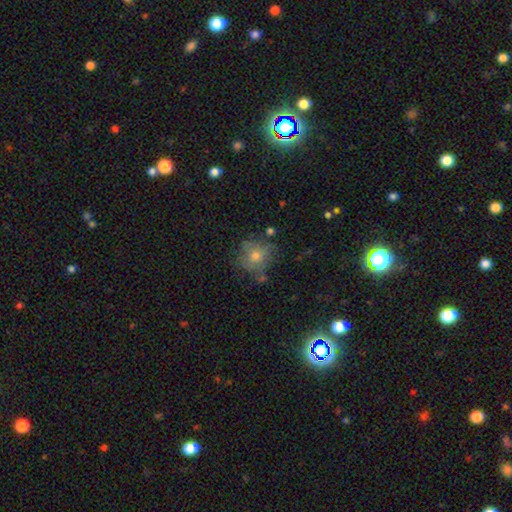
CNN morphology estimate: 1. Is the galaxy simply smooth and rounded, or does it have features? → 58% smooth, 24% featured or disk, 18% star or artifact.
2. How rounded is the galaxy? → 82% round, 17% in between, 1% cigar-shaped.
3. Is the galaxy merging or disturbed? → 62% none, 22% minor disturbance, 11% major disturbance, 6% merger.